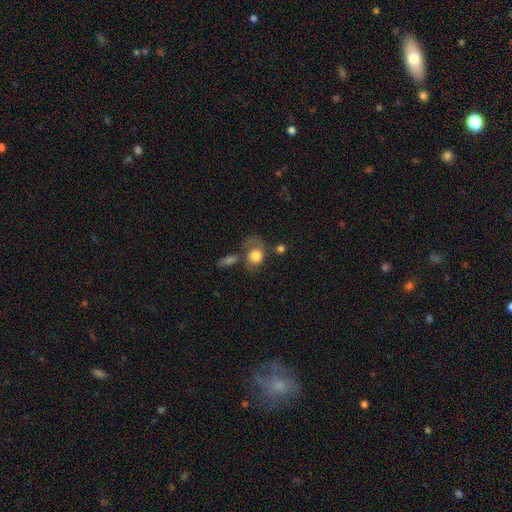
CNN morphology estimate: smooth 67%, featured or disk 25%, star or artifact 8%. Down the decision tree: how rounded — round (53%); merging — none (33%).